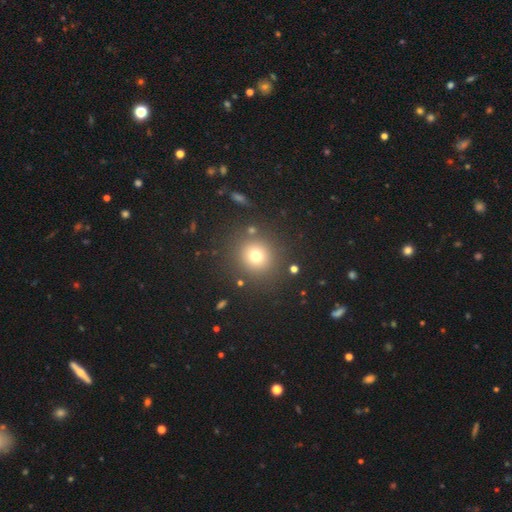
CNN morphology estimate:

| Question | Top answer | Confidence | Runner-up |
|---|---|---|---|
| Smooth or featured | smooth | 73% | star or artifact (17%) |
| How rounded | round | 91% | in between (8%) |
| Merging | none | 86% | minor disturbance (7%) |